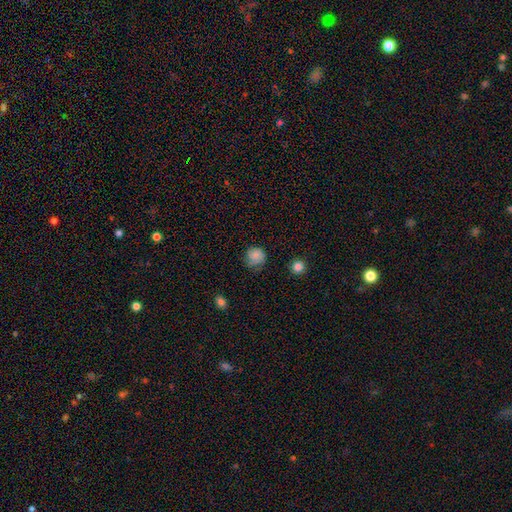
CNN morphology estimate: Smooth or featured? smooth (78%)
How rounded? round (85%)
Merging? none (66%)